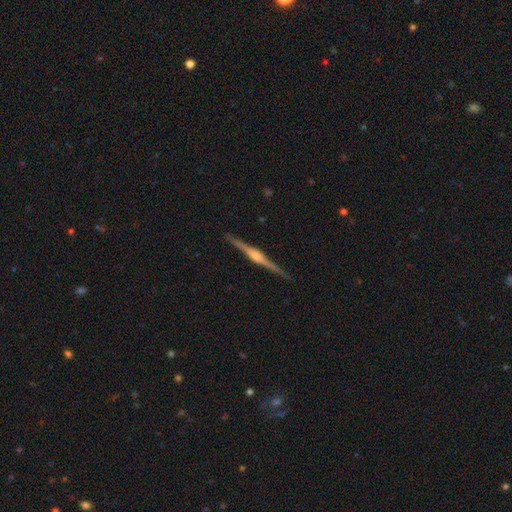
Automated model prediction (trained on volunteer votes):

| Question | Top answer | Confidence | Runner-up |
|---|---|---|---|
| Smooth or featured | featured or disk | 86% | smooth (9%) |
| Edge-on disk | yes | 99% | no (1%) |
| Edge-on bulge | rounded | 81% | boxy (13%) |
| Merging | none | 91% | minor disturbance (6%) |